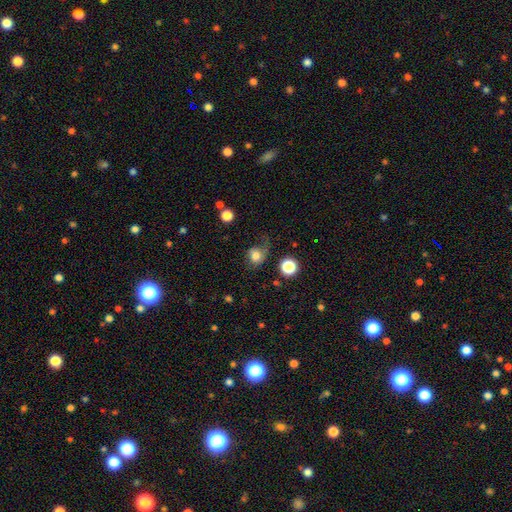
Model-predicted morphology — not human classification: Smooth or featured: smooth — 74% (featured or disk — 15%)
How rounded: round — 72% (in between — 27%)
Merging: none — 43% (minor disturbance — 27%)